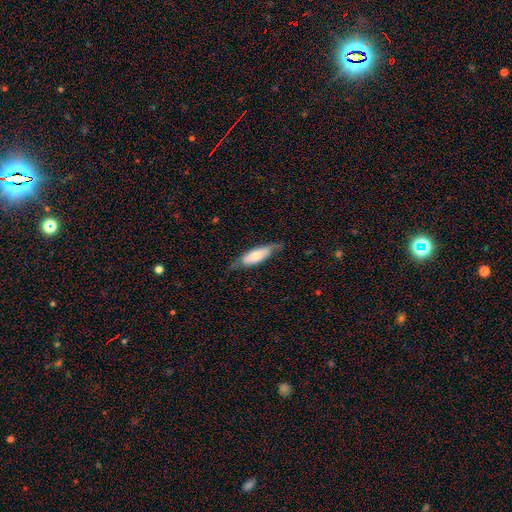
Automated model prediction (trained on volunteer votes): smooth 55%, featured or disk 40%, star or artifact 6%. Down the decision tree: how rounded — in between (56%); merging — none (63%).